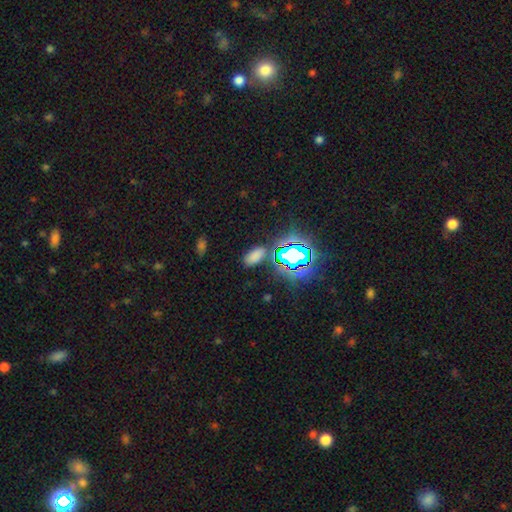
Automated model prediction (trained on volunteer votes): This appears to be a smooth galaxy with no disk features (66%) that is in between round and cigar-shaped (91%). Merging: none (82%).